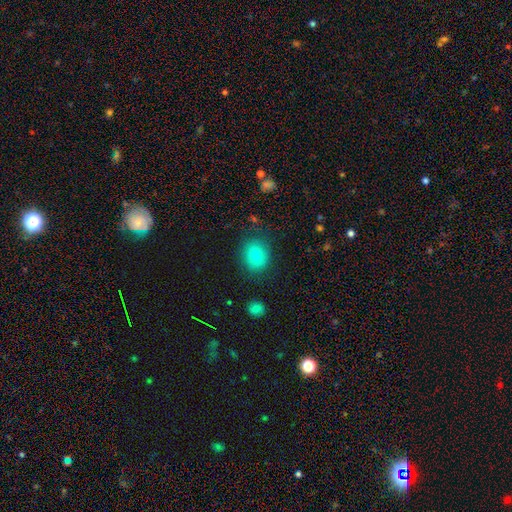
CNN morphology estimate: smooth 79%, star or artifact 12%, featured or disk 10%. Down the decision tree: how rounded — round (64%); merging — none (83%).